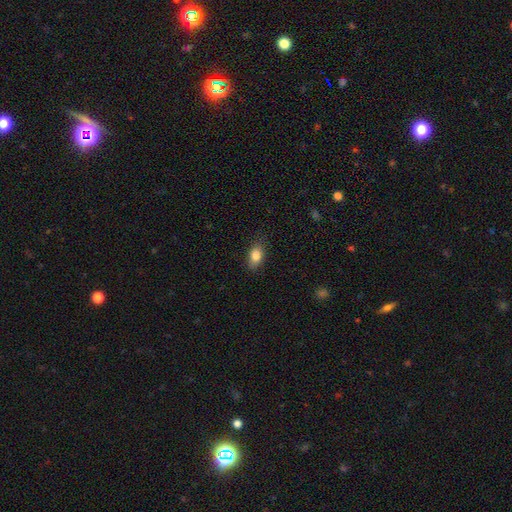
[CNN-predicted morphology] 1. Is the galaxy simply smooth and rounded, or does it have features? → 84% smooth, 8% featured or disk, 8% star or artifact.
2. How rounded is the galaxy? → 86% in between, 11% round, 4% cigar-shaped.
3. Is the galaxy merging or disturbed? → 83% none, 13% minor disturbance, 3% major disturbance, 1% merger.